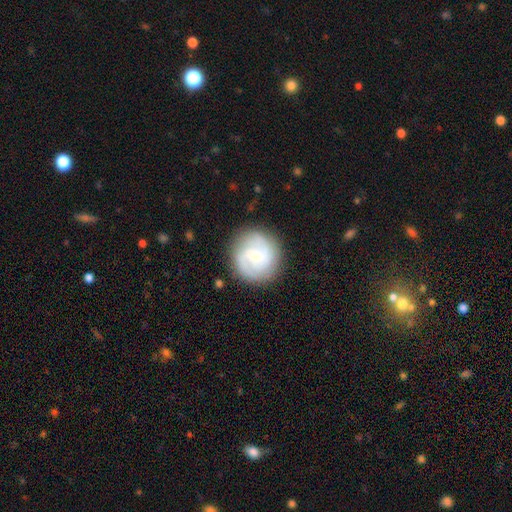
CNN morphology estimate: Q: Smooth or featured?
A: featured or disk (70%); runner-up: smooth (23%)
Q: Edge-on disk?
A: no (98%); runner-up: yes (2%)
Q: Bar?
A: no (50%); runner-up: weak (42%)
Q: Spiral arms?
A: yes (94%); runner-up: no (6%)
Q: Spiral winding?
A: medium (44%); runner-up: tight (39%)
Q: Spiral arm count?
A: 2 (57%); runner-up: 3 (17%)
Q: Bulge size?
A: small (70%); runner-up: moderate (23%)
Q: Merging?
A: none (84%); runner-up: minor disturbance (11%)